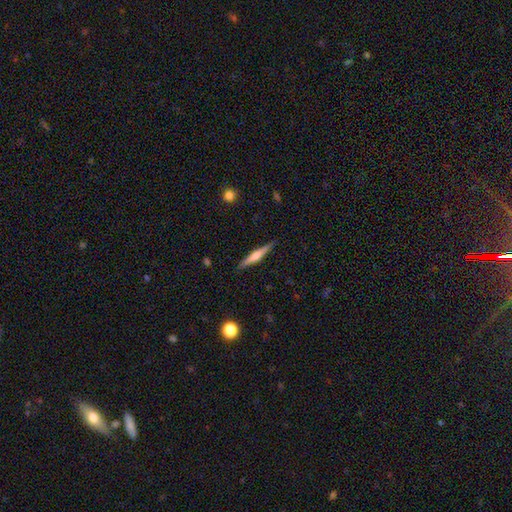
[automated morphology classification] Smooth or featured?
  - featured or disk: 60% *
  - smooth: 33%
  - star or artifact: 6%
Edge-on disk?
  - yes: 98% *
  - no: 2%
Edge-on bulge?
  - rounded: 71% *
  - boxy: 17%
  - none: 12%
Merging?
  - none: 90% *
  - minor disturbance: 7%
  - major disturbance: 2%
  - merger: 1%